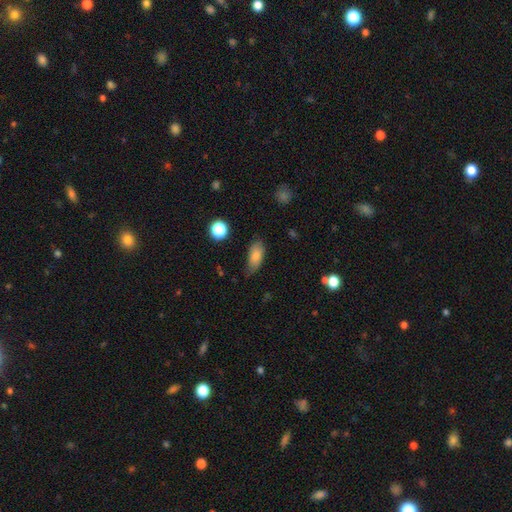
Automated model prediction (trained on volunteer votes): A smooth galaxy with no disk features (77%) that is in between round and cigar-shaped (88%). Merging: none (59%).